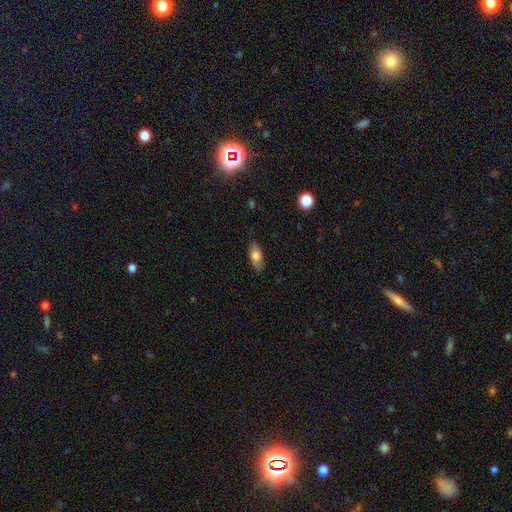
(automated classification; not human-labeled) smooth_or_featured: smooth (p=0.72) [alt: featured or disk p=0.21]
how_rounded: in between (p=0.82) [alt: cigar-shaped p=0.14]
merging: none (p=0.83) [alt: minor disturbance p=0.13]